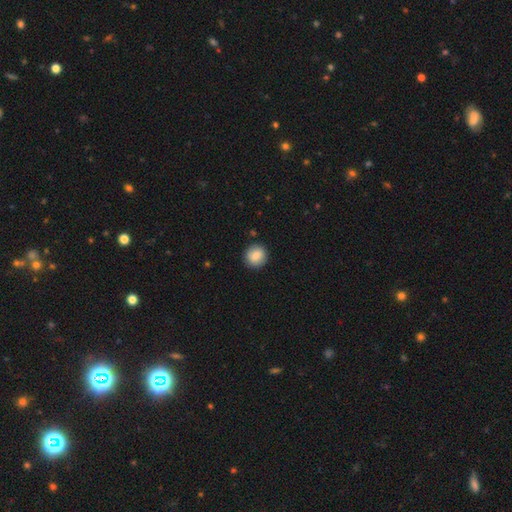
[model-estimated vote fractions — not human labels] Smooth or featured?
  - smooth: 83% *
  - featured or disk: 9%
  - star or artifact: 8%
How rounded?
  - round: 92% *
  - in between: 7%
  - cigar-shaped: 1%
Merging?
  - none: 90% *
  - minor disturbance: 7%
  - major disturbance: 2%
  - merger: 1%